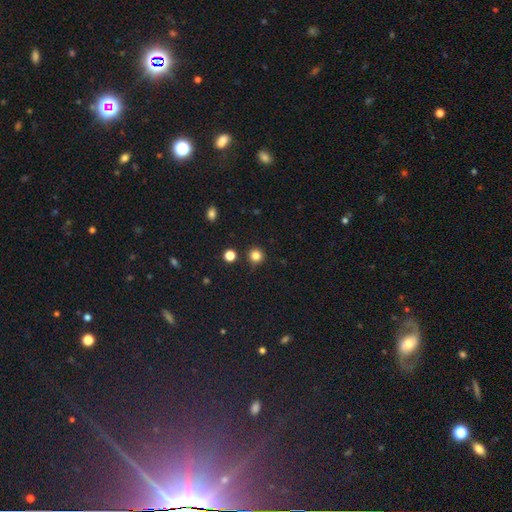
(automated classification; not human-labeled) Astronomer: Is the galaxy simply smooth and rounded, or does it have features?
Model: smooth — 82%.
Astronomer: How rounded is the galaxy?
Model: round — 94%.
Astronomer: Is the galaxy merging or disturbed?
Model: none — 87%.